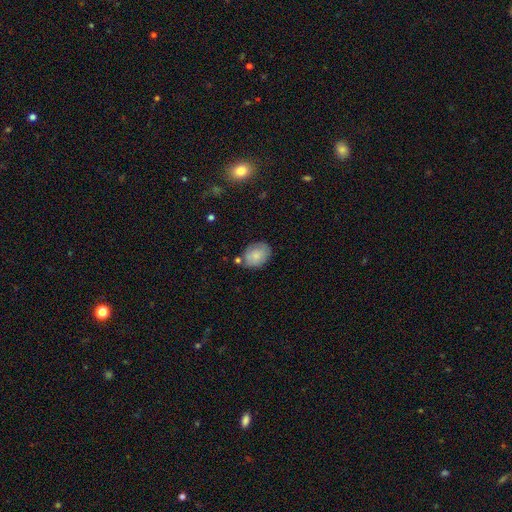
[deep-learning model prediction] Smooth or featured: smooth — 79% (featured or disk — 14%)
How rounded: in between — 68% (round — 31%)
Merging: none — 71% (minor disturbance — 19%)